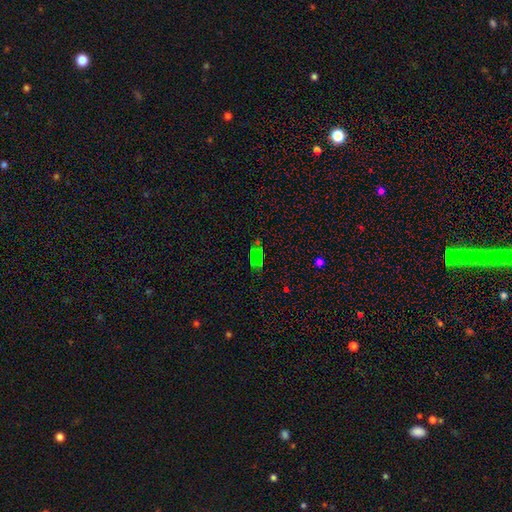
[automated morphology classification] A star or artifact, not a galaxy (50%).